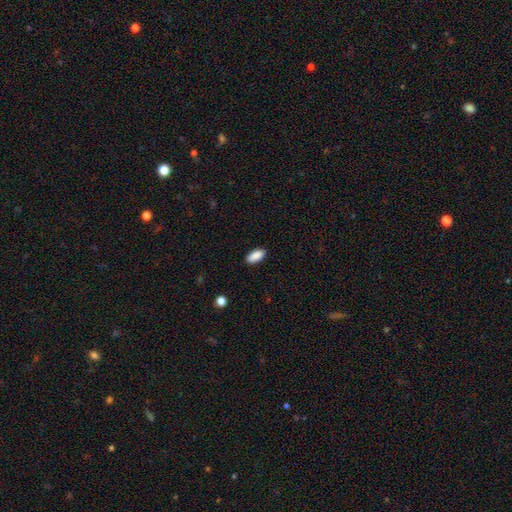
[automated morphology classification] smooth-or-featured: smooth: 90% | star or artifact: 7% | featured or disk: 3%
  how-rounded: in between: 90% | cigar-shaped: 8% | round: 2%
  merging: none: 89% | minor disturbance: 8% | major disturbance: 2% | merger: 1%